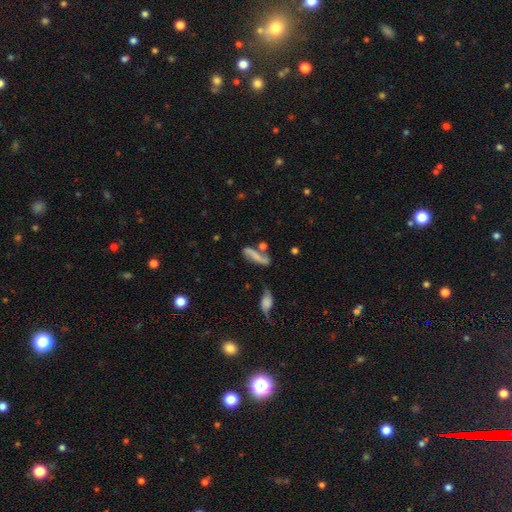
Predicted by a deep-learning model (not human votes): Morphology: type=featured or disk (47%); merging=none (48%).